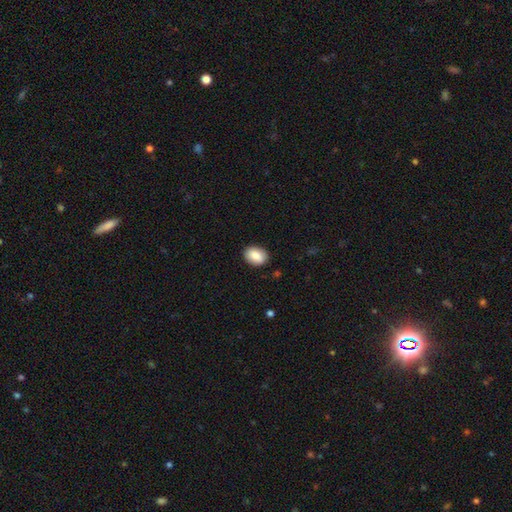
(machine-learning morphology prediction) The model was most divided on "how rounded": in between: 75%, round: 24%, cigar-shaped: 1%. More confident: merging — none (88%); smooth or featured — smooth (87%).